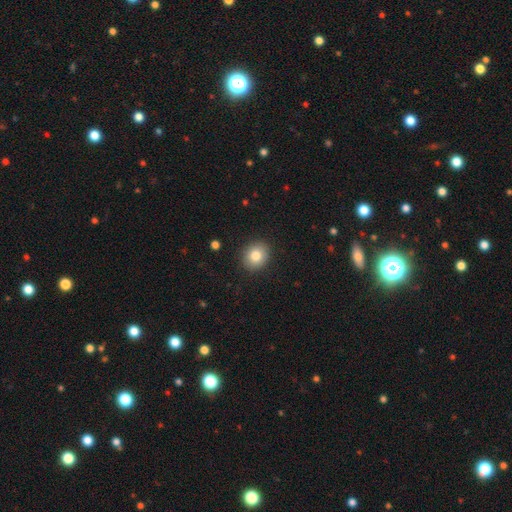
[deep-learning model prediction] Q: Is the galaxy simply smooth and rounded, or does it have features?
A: smooth — 81%.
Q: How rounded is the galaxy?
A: round — 67%.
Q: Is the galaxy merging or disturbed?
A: none — 90%.